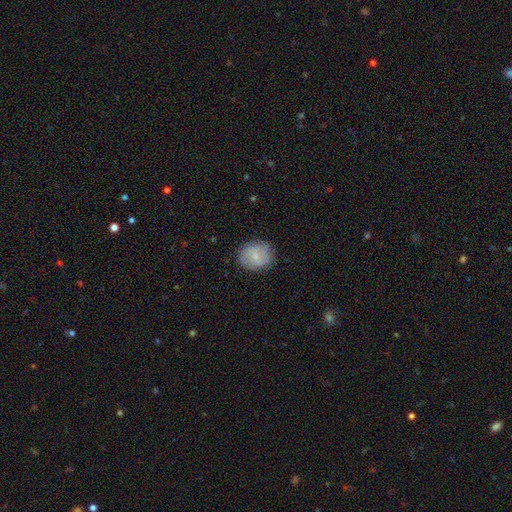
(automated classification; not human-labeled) Overall: smooth (67%). How rounded: round (63%; in between 36%). Merging: none (83%).